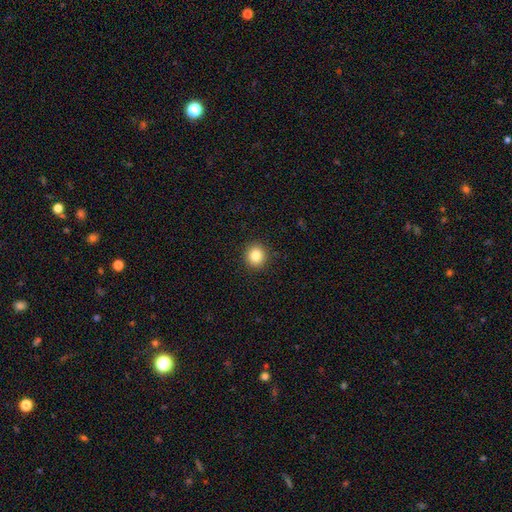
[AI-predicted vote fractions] Smooth or featured: smooth — 84% (star or artifact — 10%)
How rounded: round — 91% (in between — 8%)
Merging: none — 92% (minor disturbance — 5%)